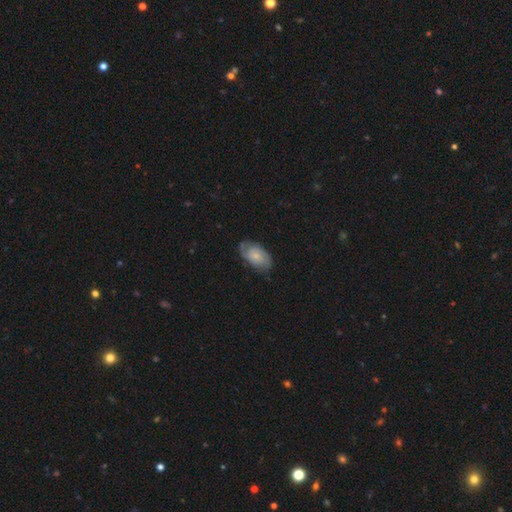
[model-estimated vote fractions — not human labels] smooth-or-featured: smooth: 50% | featured or disk: 43% | star or artifact: 7%
  how-rounded: in between: 93% | round: 5% | cigar-shaped: 3%
  merging: none: 68% | minor disturbance: 24% | major disturbance: 6% | merger: 1%